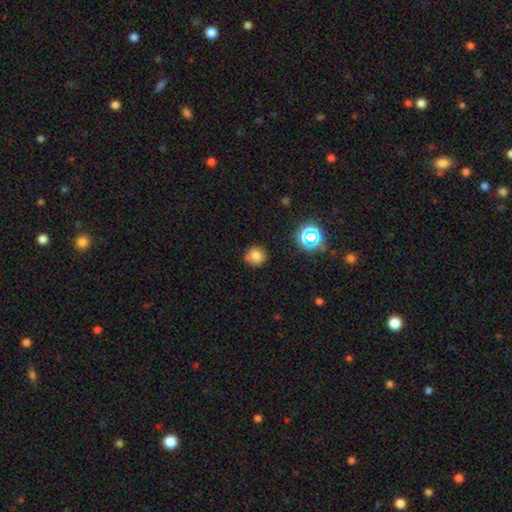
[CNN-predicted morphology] The model was most divided on "smooth or featured": smooth: 78%, star or artifact: 15%, featured or disk: 7%. More confident: how rounded — round (89%); merging — none (81%).